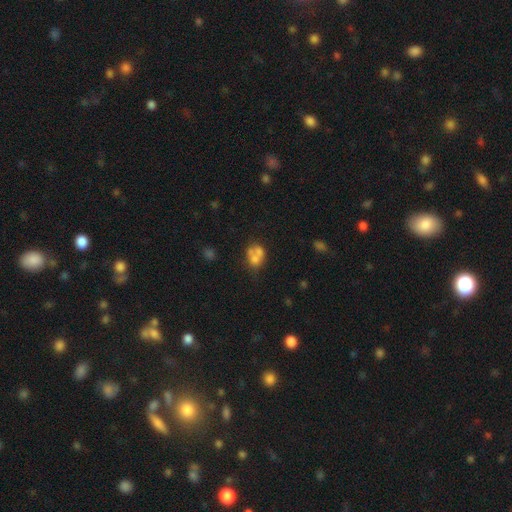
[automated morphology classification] This appears to be a smooth galaxy with no disk features (58%) that is in between round and cigar-shaped (53%). Merging: merger (55%).